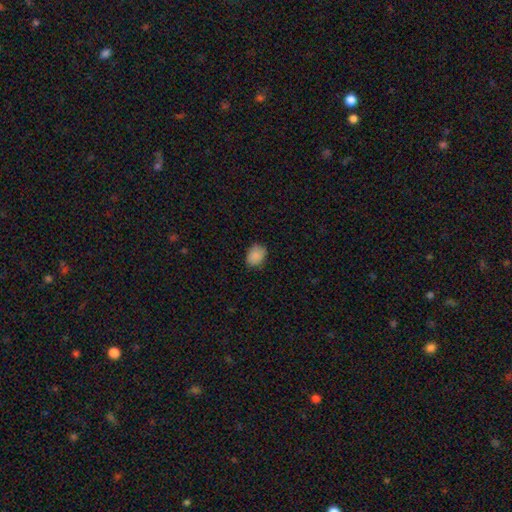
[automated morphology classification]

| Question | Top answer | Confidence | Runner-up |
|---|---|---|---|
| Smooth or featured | smooth | 88% | star or artifact (8%) |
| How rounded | in between | 62% | round (37%) |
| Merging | none | 82% | minor disturbance (14%) |